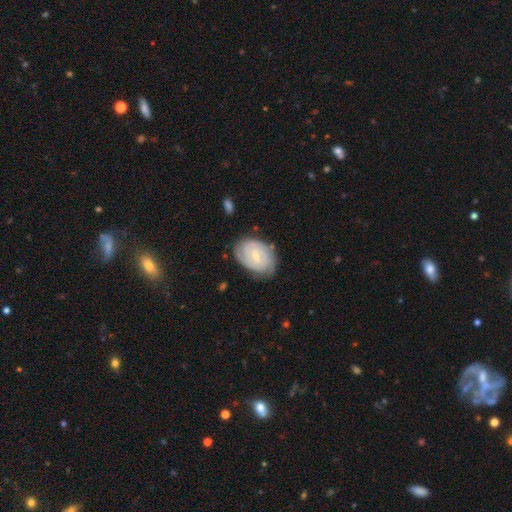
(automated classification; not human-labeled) A featured or disk galaxy (78%) with a weak bar (55%), 2 (46%) tight (70%) spiral arms (94%) and a small central bulge (68%).

Vote fractions:
- Smooth or featured? featured or disk: 78% / smooth: 16% / star or artifact: 5%
- Edge-on disk? no: 97% / yes: 3%
- Bar? weak: 55% / no: 34% / strong: 11%
- Spiral arms? yes: 94% / no: 6%
- Spiral winding? tight: 70% / medium: 24% / loose: 5%
- Spiral arm count? 2: 46% / can't tell: 26% / 3: 16% / 4: 5% / 1: 4% / more than 4: 3%
- Bulge size? small: 68% / moderate: 28% / none: 3% / large: 1% / dominant: 1%
- Merging? none: 76% / minor disturbance: 18% / major disturbance: 4% / merger: 2%